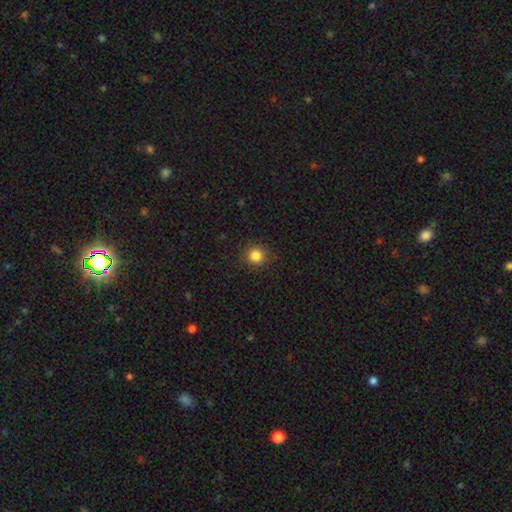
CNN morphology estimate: Smooth or featured? Predicted: smooth (p=0.84). How rounded? Predicted: round (p=0.94). Merging? Predicted: none (p=0.91).